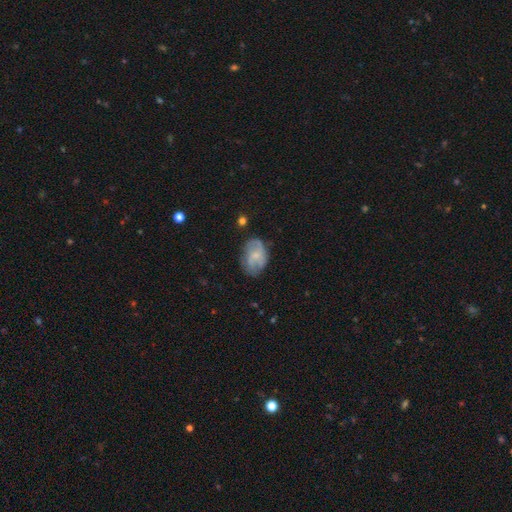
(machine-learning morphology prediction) Q: Smooth or featured?
A: featured or disk (54%); runner-up: smooth (39%)
Q: Edge-on disk?
A: no (97%); runner-up: yes (3%)
Q: Bar?
A: no (64%); runner-up: weak (31%)
Q: Spiral arms?
A: yes (71%); runner-up: no (29%)
Q: Bulge size?
A: small (59%); runner-up: moderate (25%)
Q: Merging?
A: none (62%); runner-up: minor disturbance (25%)